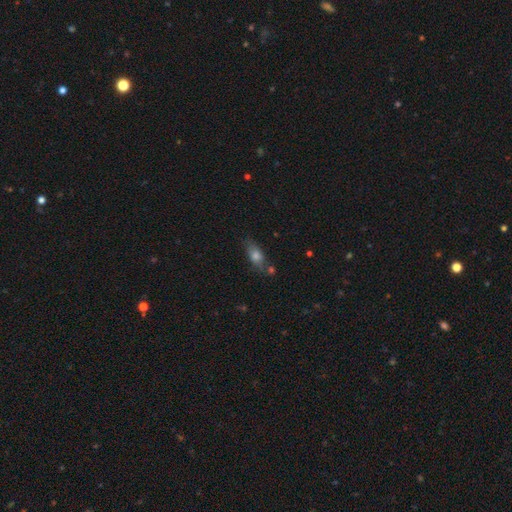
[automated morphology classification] smooth_or_featured: smooth (p=0.67) [alt: featured or disk p=0.22]
how_rounded: in between (p=0.71) [alt: cigar-shaped p=0.22]
merging: none (p=0.64) [alt: minor disturbance p=0.19]